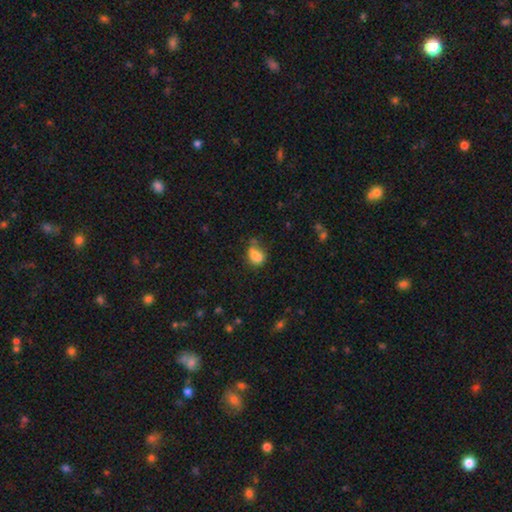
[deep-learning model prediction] Smooth or featured? Predicted: smooth (p=0.73). How rounded? Predicted: in between (p=0.53). Merging? Predicted: merger (p=0.37).